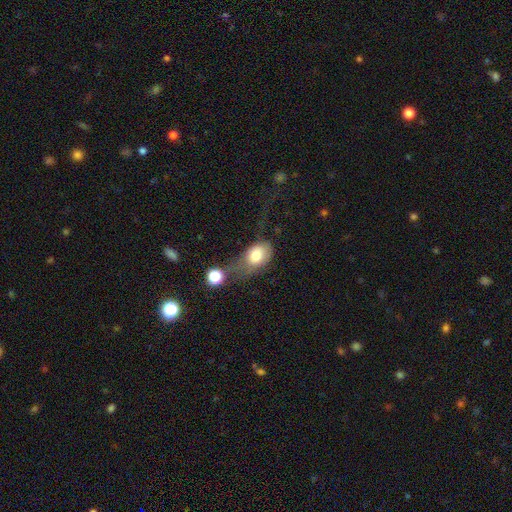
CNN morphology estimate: Smooth or featured? smooth (75%)
How rounded? in between (76%)
Merging? major disturbance (37%)